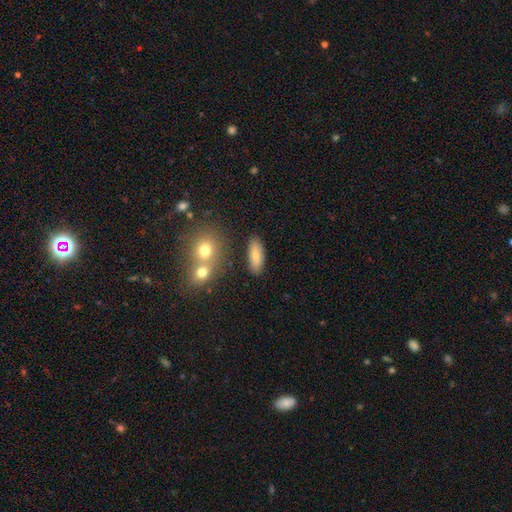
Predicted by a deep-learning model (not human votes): Smooth or featured: smooth — 74% (featured or disk — 18%)
How rounded: in between — 71% (cigar-shaped — 24%)
Merging: none — 80% (minor disturbance — 10%)